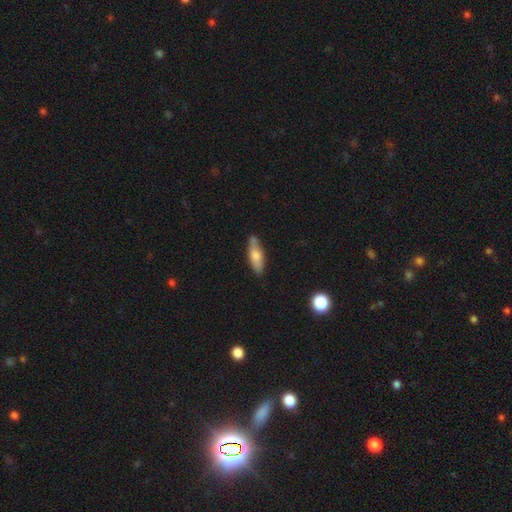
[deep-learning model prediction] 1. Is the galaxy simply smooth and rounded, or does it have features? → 65% smooth, 29% featured or disk, 6% star or artifact.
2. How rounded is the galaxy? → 55% in between, 42% cigar-shaped, 2% round.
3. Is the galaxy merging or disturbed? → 72% none, 19% minor disturbance, 5% merger, 3% major disturbance.